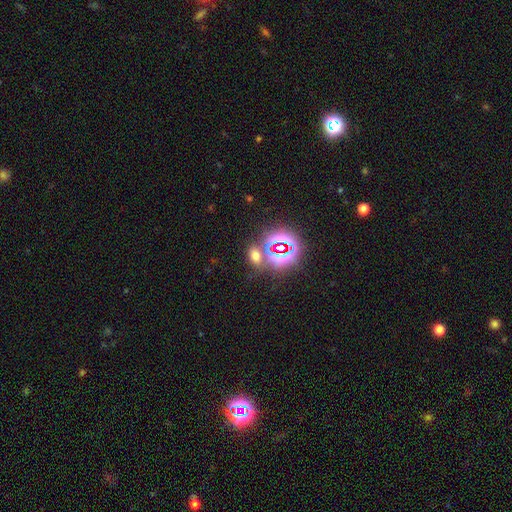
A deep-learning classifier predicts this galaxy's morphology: Smooth or featured? Predicted: smooth (p=0.50). How rounded? Predicted: in between (p=0.76). Merging? Predicted: none (p=0.66).